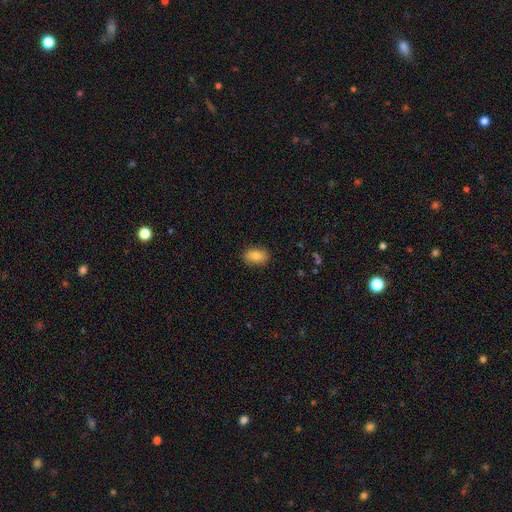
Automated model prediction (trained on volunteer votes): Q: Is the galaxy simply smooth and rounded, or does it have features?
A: smooth — 82%.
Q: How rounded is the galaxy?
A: in between — 83%.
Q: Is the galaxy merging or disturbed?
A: none — 86%.